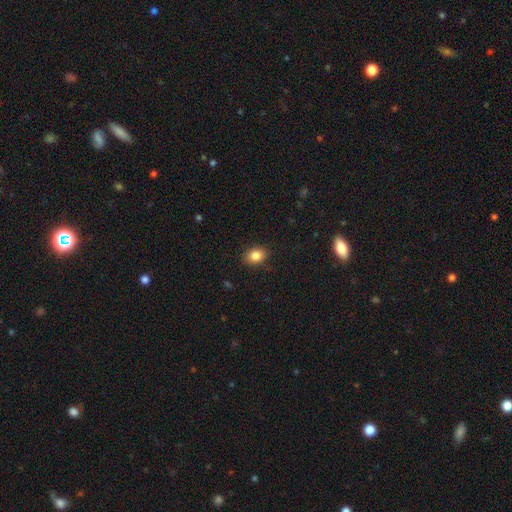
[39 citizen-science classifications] Overall: smooth (77%). How rounded: in between (77%). Merging: none (94%).